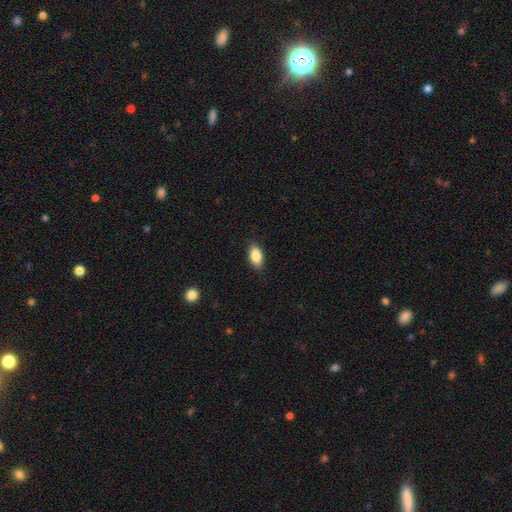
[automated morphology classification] The model was most divided on "merging": none: 86%, minor disturbance: 11%, major disturbance: 2%, merger: 1%. More confident: how rounded — in between (91%); smooth or featured — smooth (86%).